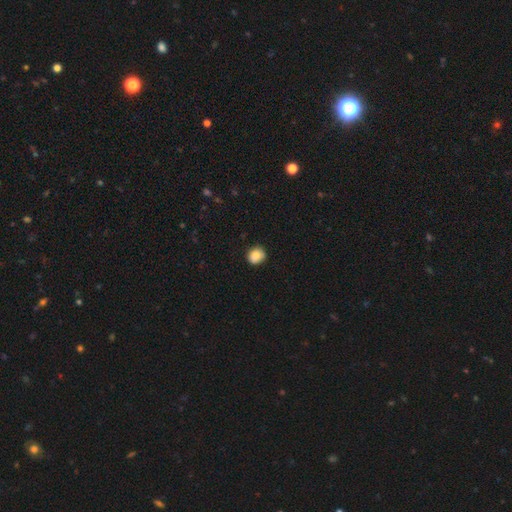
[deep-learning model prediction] Overall: smooth (86%). How rounded: round (77%). Merging: none (74%).